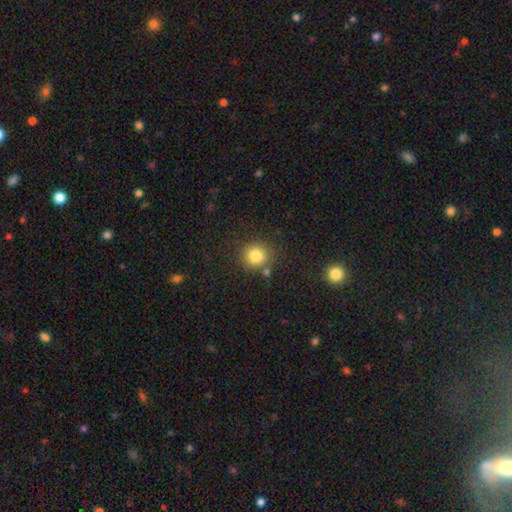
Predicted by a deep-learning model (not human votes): A smooth galaxy with no disk features (82%) that is round (88%). Merging: none (80%).